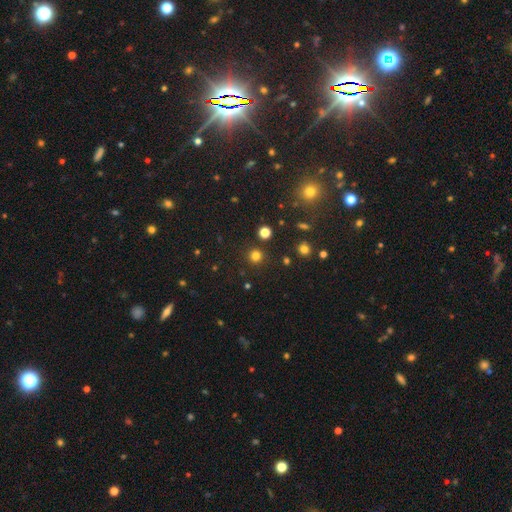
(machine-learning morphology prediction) The model was most divided on "smooth or featured": smooth: 78%, star or artifact: 18%, featured or disk: 4%. More confident: how rounded — round (94%); merging — none (90%).